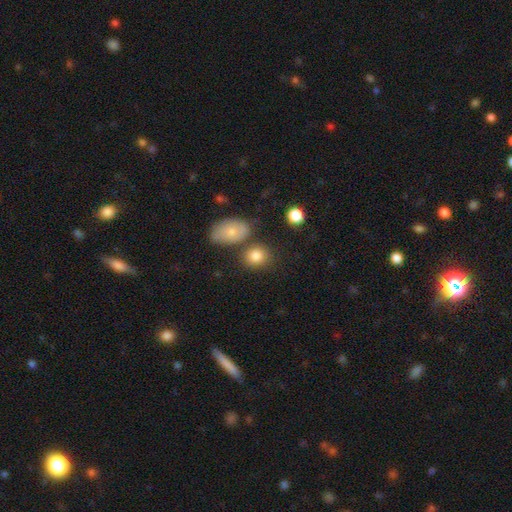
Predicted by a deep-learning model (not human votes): smooth_or_featured: smooth (p=0.83) [alt: star or artifact p=0.09]
how_rounded: round (p=0.60) [alt: in between p=0.38]
merging: none (p=0.68) [alt: merger p=0.16]